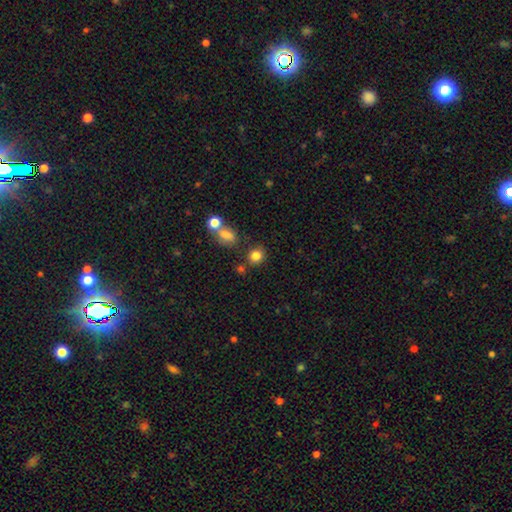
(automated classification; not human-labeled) Morphology: type=smooth (82%); roundness=round (78%); merging=none (74%).